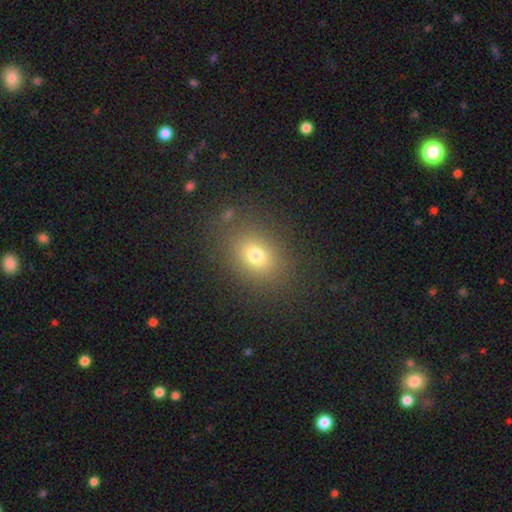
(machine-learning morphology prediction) This is likely a smooth galaxy (73%). How rounded: possibly in between (51%). Merging: clearly none (83%).